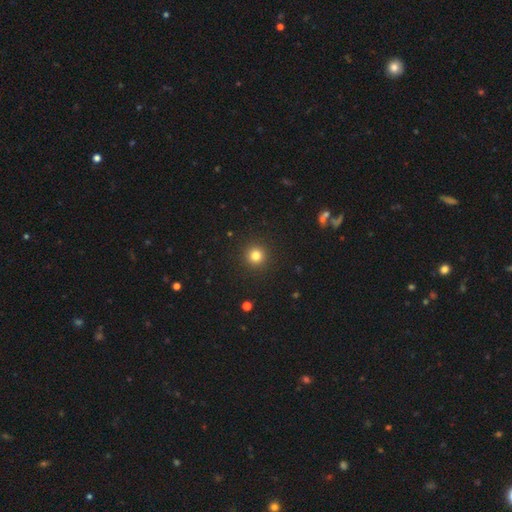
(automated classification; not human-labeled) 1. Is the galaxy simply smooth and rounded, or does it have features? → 81% smooth, 14% star or artifact, 6% featured or disk.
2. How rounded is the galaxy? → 95% round, 4% in between, 1% cigar-shaped.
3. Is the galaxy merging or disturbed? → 93% none, 5% minor disturbance, 2% major disturbance, 1% merger.